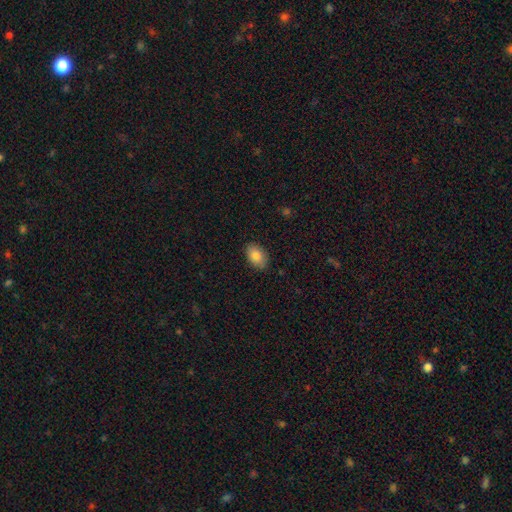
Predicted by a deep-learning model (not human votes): smooth 86%, featured or disk 7%, star or artifact 7%. Down the decision tree: how rounded — in between (90%); merging — none (87%).